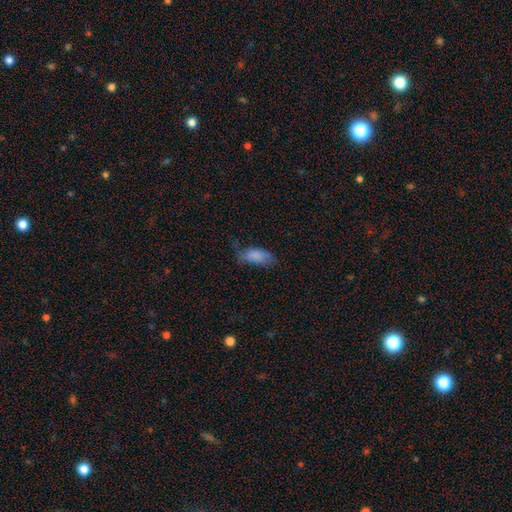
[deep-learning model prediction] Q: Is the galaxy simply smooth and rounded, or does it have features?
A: smooth — 79%.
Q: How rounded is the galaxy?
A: in between — 88%.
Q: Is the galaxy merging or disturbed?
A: none — 45%.